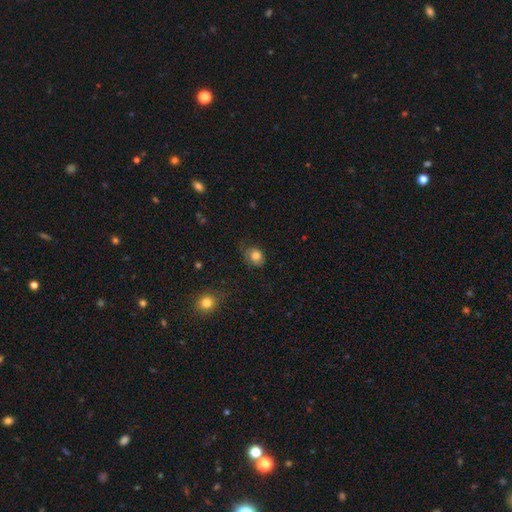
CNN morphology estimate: Q: Smooth or featured?
A: smooth (78%); runner-up: featured or disk (12%)
Q: How rounded?
A: round (57%); runner-up: in between (42%)
Q: Merging?
A: none (59%); runner-up: minor disturbance (28%)